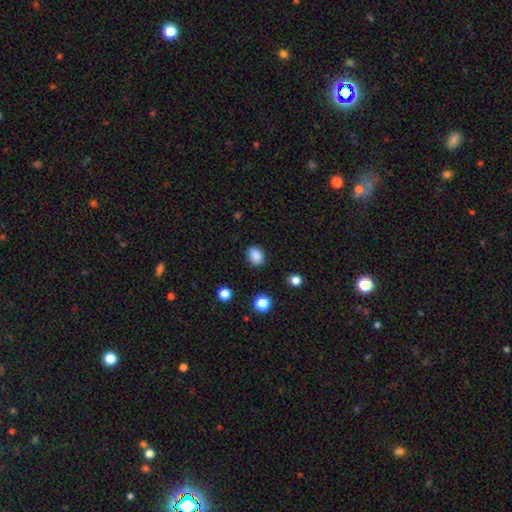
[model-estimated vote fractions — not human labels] A smooth galaxy with no disk features (86%) that is in between round and cigar-shaped (70%).

Vote fractions:
- Smooth or featured? smooth: 86% / star or artifact: 10% / featured or disk: 4%
- How rounded? in between: 70% / round: 29% / cigar-shaped: 1%
- Merging? none: 83% / minor disturbance: 12% / major disturbance: 3% / merger: 2%